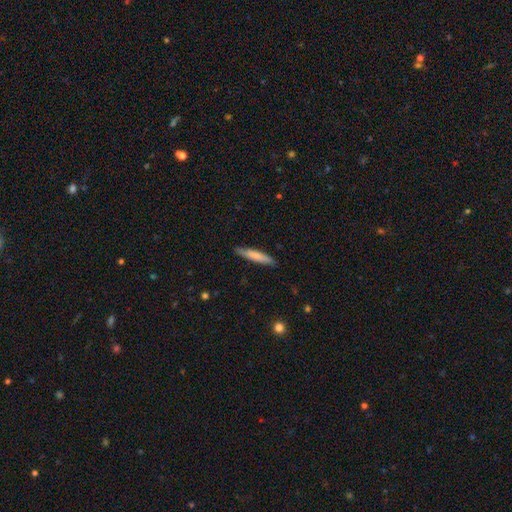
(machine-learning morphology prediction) Smooth or featured? smooth (73%)
How rounded? cigar-shaped (90%)
Merging? none (86%)